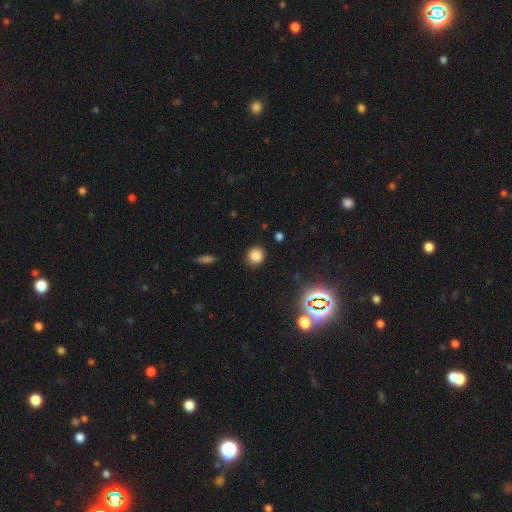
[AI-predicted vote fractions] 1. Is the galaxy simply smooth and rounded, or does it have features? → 80% smooth, 16% star or artifact, 5% featured or disk.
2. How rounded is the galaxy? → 88% round, 11% in between, 1% cigar-shaped.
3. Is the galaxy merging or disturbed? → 89% none, 7% minor disturbance, 2% major disturbance, 2% merger.